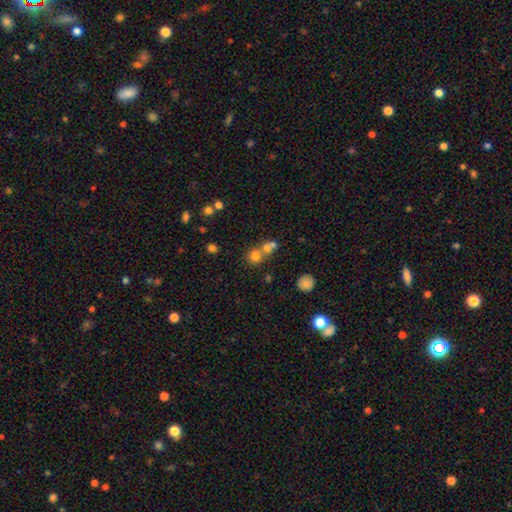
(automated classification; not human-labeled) Smooth or featured?
  - smooth: 72% *
  - star or artifact: 15%
  - featured or disk: 13%
How rounded?
  - round: 82% *
  - in between: 16%
  - cigar-shaped: 1%
Merging?
  - merger: 49% *
  - none: 41%
  - minor disturbance: 6%
  - major disturbance: 3%